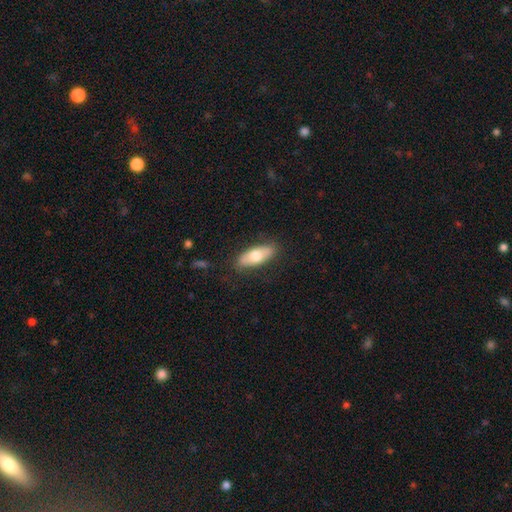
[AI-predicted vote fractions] This appears to be a smooth galaxy with no disk features (68%) that is in between round and cigar-shaped (78%). Merging: none (85%).